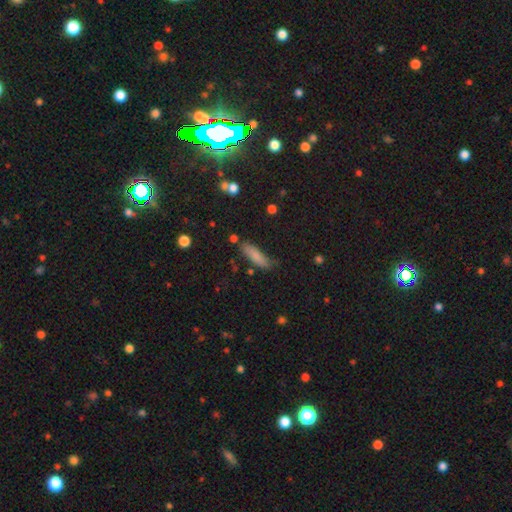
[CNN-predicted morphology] Q: Smooth or featured?
A: smooth (82%); runner-up: featured or disk (11%)
Q: How rounded?
A: cigar-shaped (62%); runner-up: in between (36%)
Q: Merging?
A: none (72%); runner-up: minor disturbance (20%)